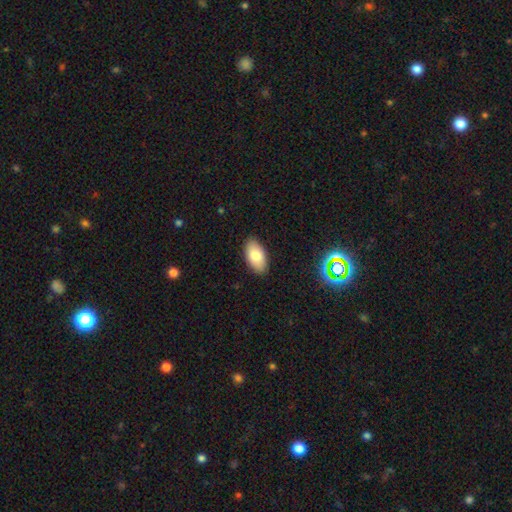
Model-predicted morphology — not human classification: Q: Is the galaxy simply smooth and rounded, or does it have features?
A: smooth — 83%.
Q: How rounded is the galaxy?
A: in between — 95%.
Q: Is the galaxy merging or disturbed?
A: none — 88%.